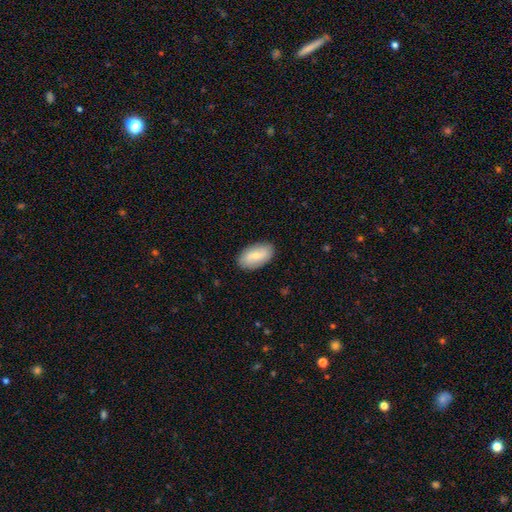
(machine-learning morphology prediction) This appears to be a smooth galaxy with no disk features (68%) that is in between round and cigar-shaped (94%). Merging: none (87%).